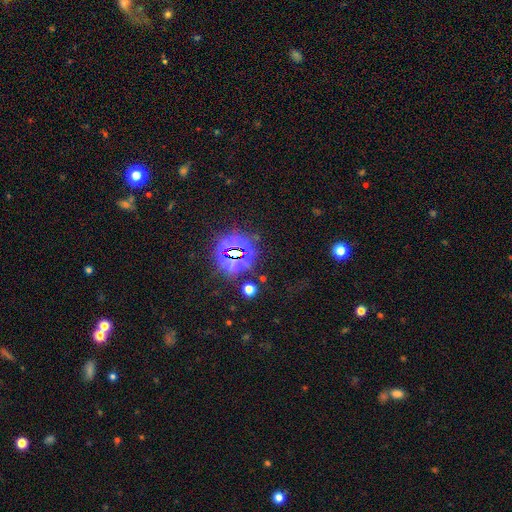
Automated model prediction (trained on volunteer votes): star or artifact 79%, smooth 13%, featured or disk 7%.